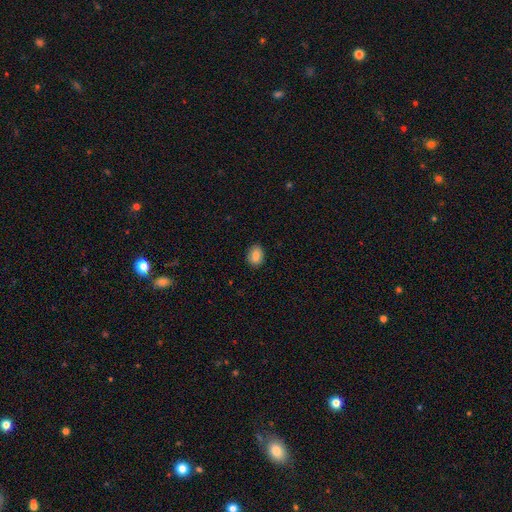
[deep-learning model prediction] Q: Smooth or featured?
A: smooth (83%); runner-up: featured or disk (8%)
Q: How rounded?
A: in between (62%); runner-up: round (37%)
Q: Merging?
A: none (87%); runner-up: minor disturbance (10%)